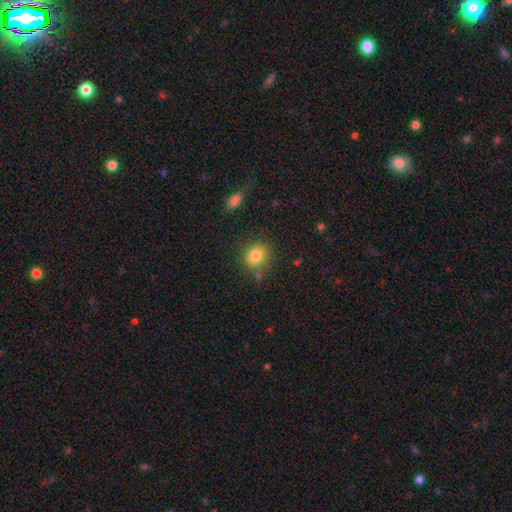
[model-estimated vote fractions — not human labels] Smooth or featured: smooth — 82% (star or artifact — 11%)
How rounded: round — 69% (in between — 30%)
Merging: none — 74% (minor disturbance — 15%)